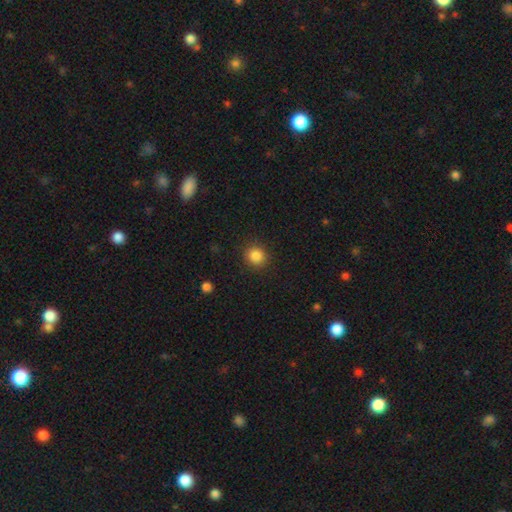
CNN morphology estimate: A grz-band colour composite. It shows a smooth galaxy with no disk features (85%) that is round (90%). Merging: none (89%).